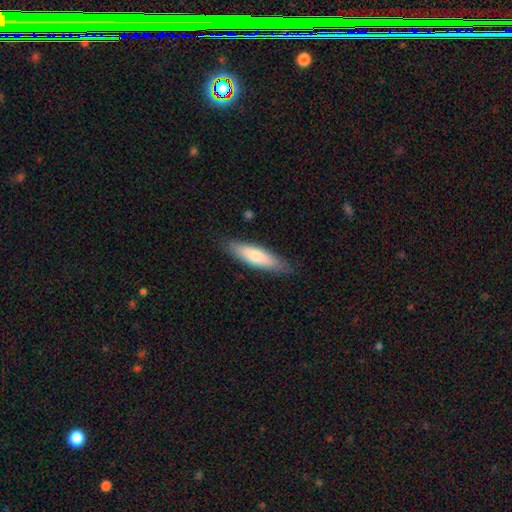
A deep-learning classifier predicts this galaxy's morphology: Smooth or featured?
  - smooth: 71% *
  - featured or disk: 24%
  - star or artifact: 6%
How rounded?
  - cigar-shaped: 70% *
  - in between: 28%
  - round: 1%
Merging?
  - none: 86% *
  - minor disturbance: 11%
  - major disturbance: 2%
  - merger: 1%